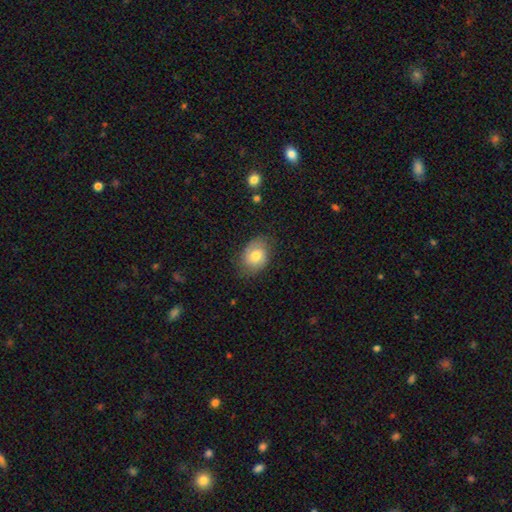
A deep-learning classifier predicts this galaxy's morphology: The model was most divided on "how rounded": in between: 64%, round: 35%, cigar-shaped: 1%. More confident: merging — none (70%); smooth or featured — smooth (66%).